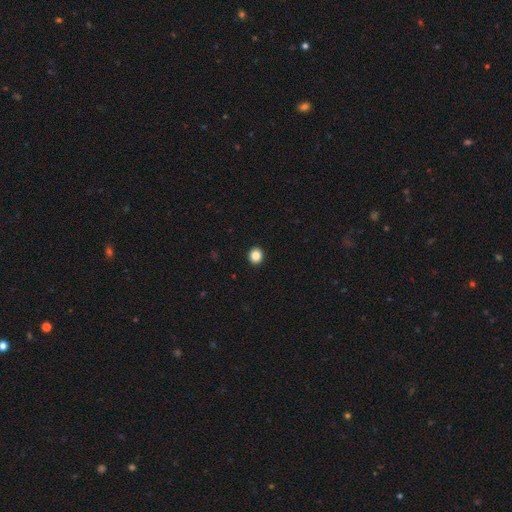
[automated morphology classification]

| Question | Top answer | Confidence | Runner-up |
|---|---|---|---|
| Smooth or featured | smooth | 86% | star or artifact (10%) |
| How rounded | round | 84% | in between (15%) |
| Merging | none | 94% | minor disturbance (4%) |